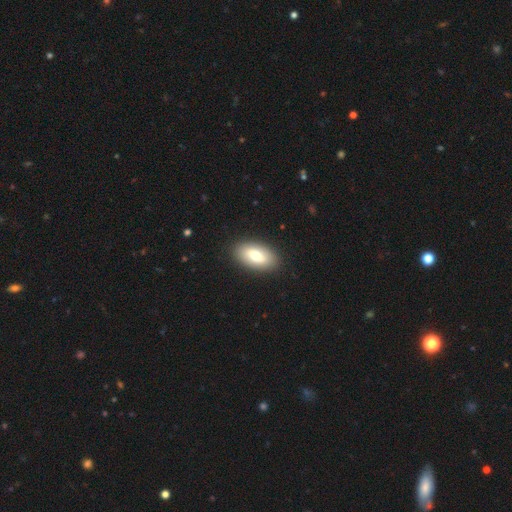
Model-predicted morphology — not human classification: A smooth galaxy with no disk features (70%) that is in between round and cigar-shaped (92%).

Vote fractions:
- Smooth or featured? smooth: 70% / featured or disk: 24% / star or artifact: 6%
- How rounded? in between: 92% / cigar-shaped: 4% / round: 4%
- Merging? none: 89% / minor disturbance: 8% / major disturbance: 2% / merger: 1%